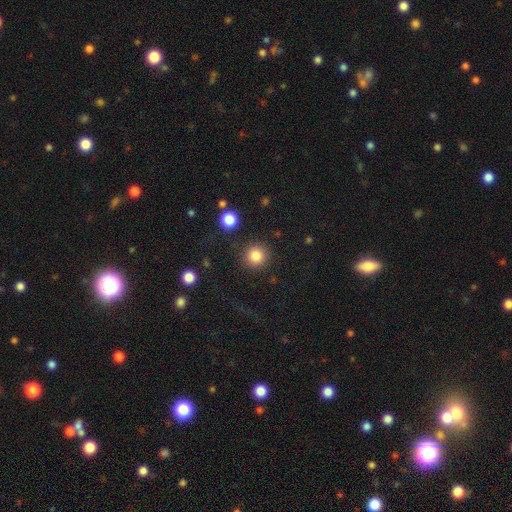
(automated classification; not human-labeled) Smooth or featured? smooth (85%)
How rounded? round (94%)
Merging? none (89%)